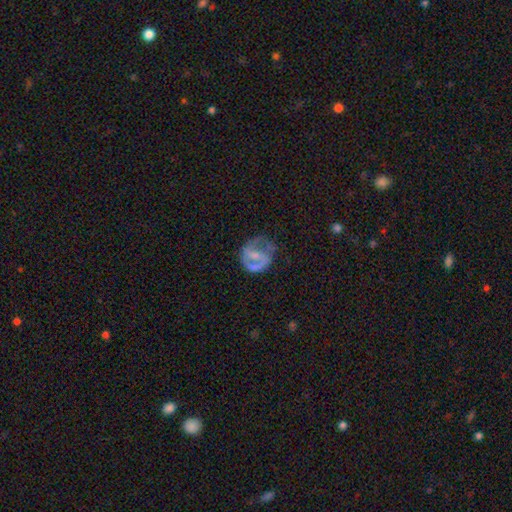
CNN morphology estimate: Overall: featured or disk (63%; smooth 30%). Edge-on disk: no (98%). Bar: weak (42%; no 37%). Spiral arms: yes (63%; no 37%). Bulge size: small (41%; moderate 35%). Merging: none (43%; major disturbance 28%).